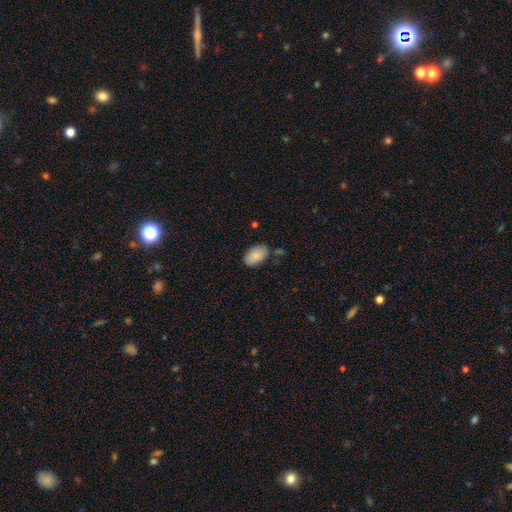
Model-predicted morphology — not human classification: Smooth or featured?
  - smooth: 86% *
  - featured or disk: 7%
  - star or artifact: 6%
How rounded?
  - in between: 93% *
  - round: 6%
  - cigar-shaped: 1%
Merging?
  - none: 78% *
  - minor disturbance: 15%
  - merger: 3%
  - major disturbance: 3%